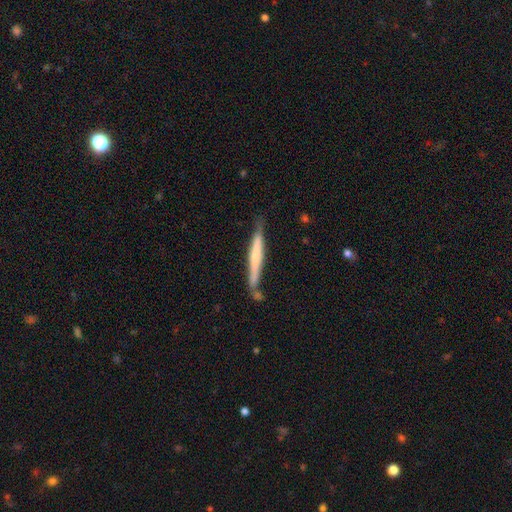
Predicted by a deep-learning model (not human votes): Smooth or featured? featured or disk (47%, tied with smooth)
Merging? none (70%)